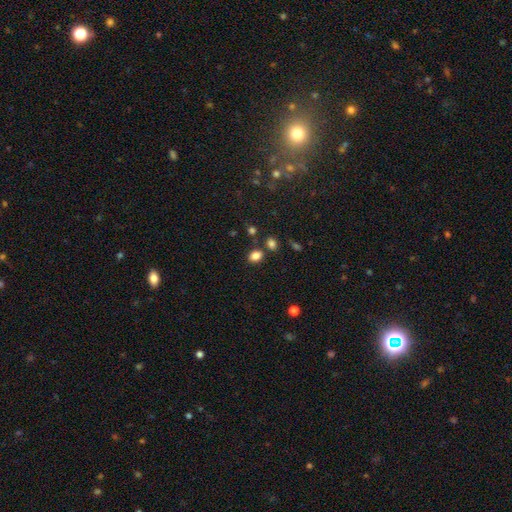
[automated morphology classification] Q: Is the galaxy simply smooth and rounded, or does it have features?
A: smooth — 83%.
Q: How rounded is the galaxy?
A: in between — 62%.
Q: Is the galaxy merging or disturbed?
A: none — 74%.